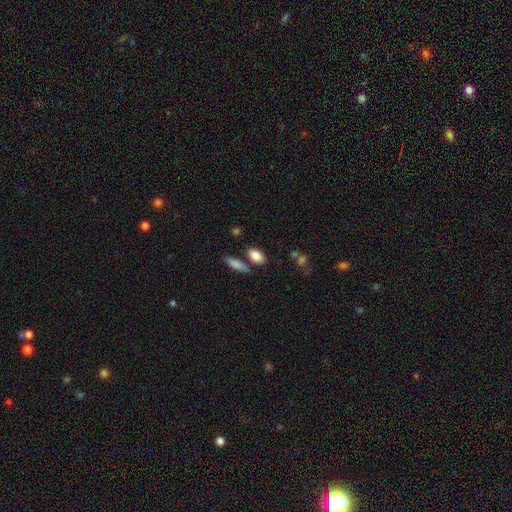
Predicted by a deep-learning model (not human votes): Smooth or featured? smooth (85%)
How rounded? in between (85%)
Merging? none (69%)